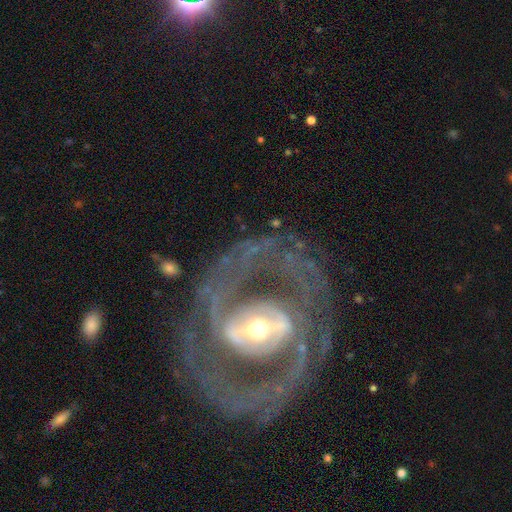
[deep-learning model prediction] This appears to be a featured or disk galaxy (86%) with a strong bar (46%), 2 (71%) medium (42%, tied with tight) spiral arms (80%) and a moderate central bulge (54%). Merging: none (73%).